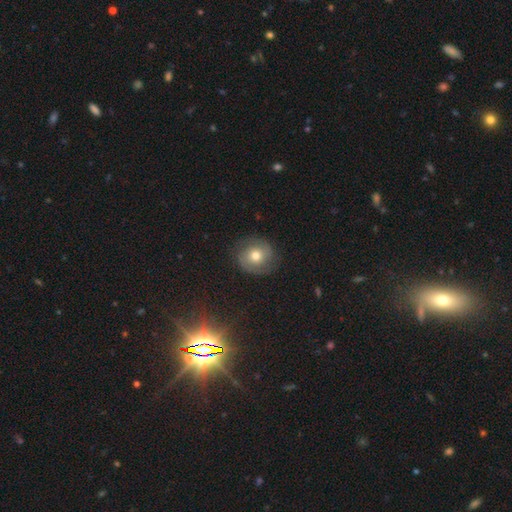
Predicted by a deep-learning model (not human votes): The model was most divided on "smooth or featured": featured or disk: 47%, smooth: 44%, star or artifact: 10%. More confident: merging — none (79%).